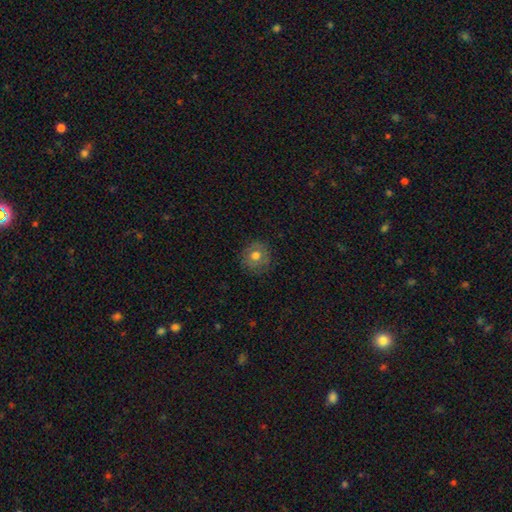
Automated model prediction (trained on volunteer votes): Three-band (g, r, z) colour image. It shows a smooth galaxy with no disk features (70%) that is round (91%). Merging: none (84%).